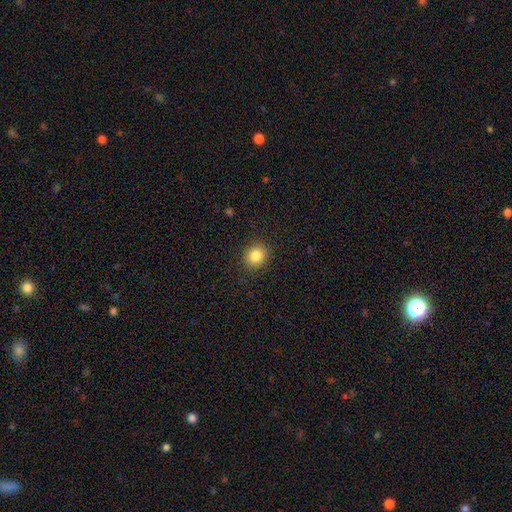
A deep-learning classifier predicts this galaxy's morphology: The model was most divided on "how rounded": round: 74%, in between: 25%, cigar-shaped: 1%. More confident: merging — none (89%); smooth or featured — smooth (83%).